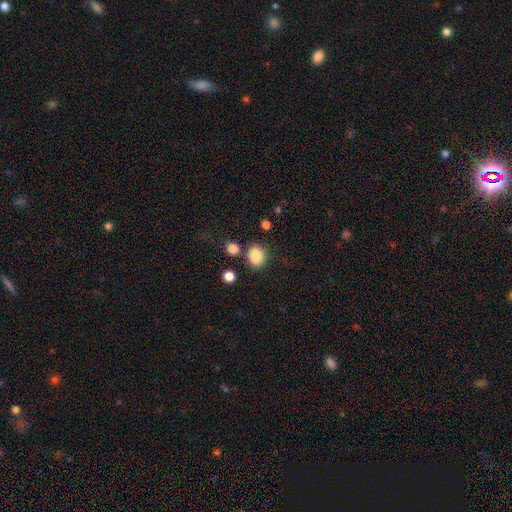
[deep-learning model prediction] Overall: smooth (86%). How rounded: round (58%; in between 41%). Merging: none (75%).